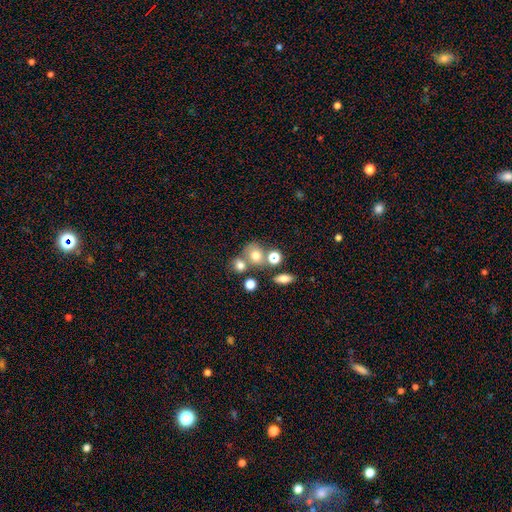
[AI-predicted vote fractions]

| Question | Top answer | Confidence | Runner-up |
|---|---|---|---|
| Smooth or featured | smooth | 69% | featured or disk (16%) |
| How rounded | round | 66% | in between (33%) |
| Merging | none | 47% | merger (36%) |